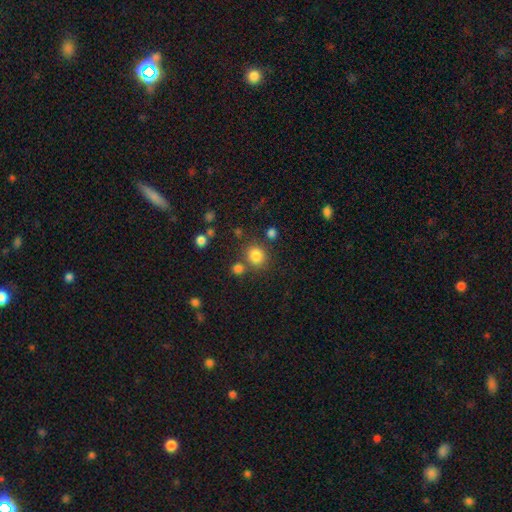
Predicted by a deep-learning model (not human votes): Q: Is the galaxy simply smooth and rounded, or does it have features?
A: smooth — 81%.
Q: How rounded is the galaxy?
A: round — 82%.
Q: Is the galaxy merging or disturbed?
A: none — 73%.